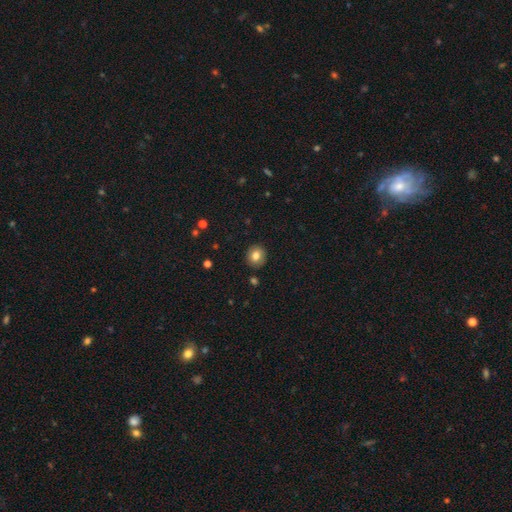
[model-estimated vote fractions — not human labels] A smooth galaxy with no disk features (79%) that is round (83%).

Vote fractions:
- Smooth or featured? smooth: 79% / featured or disk: 11% / star or artifact: 10%
- How rounded? round: 83% / in between: 17% / cigar-shaped: 1%
- Merging? none: 89% / minor disturbance: 8% / major disturbance: 2% / merger: 2%